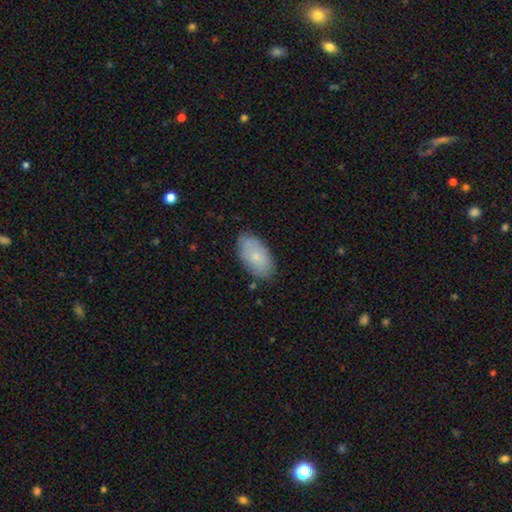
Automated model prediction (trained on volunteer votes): The model was most divided on "smooth or featured": smooth: 73%, featured or disk: 20%, star or artifact: 6%. More confident: how rounded — in between (95%); merging — none (80%).